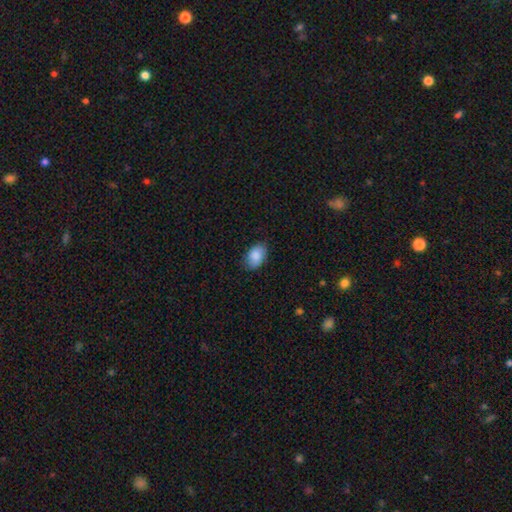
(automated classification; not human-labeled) Q: Smooth or featured?
A: smooth (86%); runner-up: featured or disk (7%)
Q: How rounded?
A: in between (87%); runner-up: round (12%)
Q: Merging?
A: none (79%); runner-up: minor disturbance (17%)